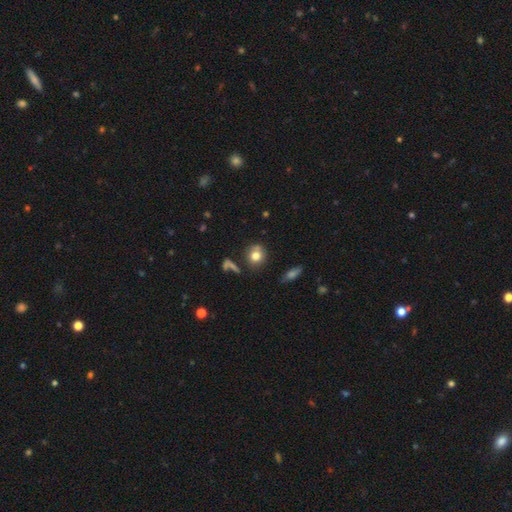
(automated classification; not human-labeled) Overall: smooth (77%). How rounded: round (76%). Merging: none (69%).